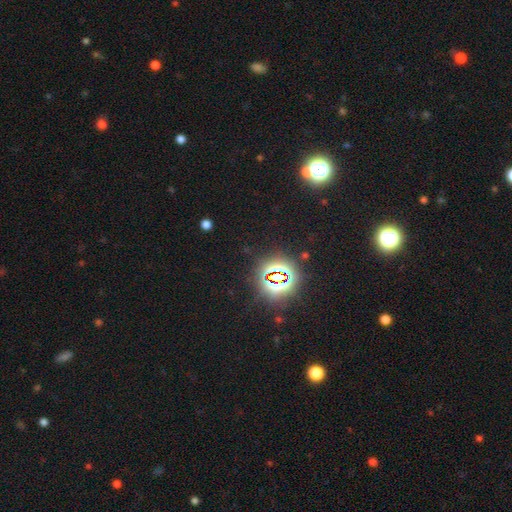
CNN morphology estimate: Smooth or featured?
  - star or artifact: 82% *
  - smooth: 12%
  - featured or disk: 6%